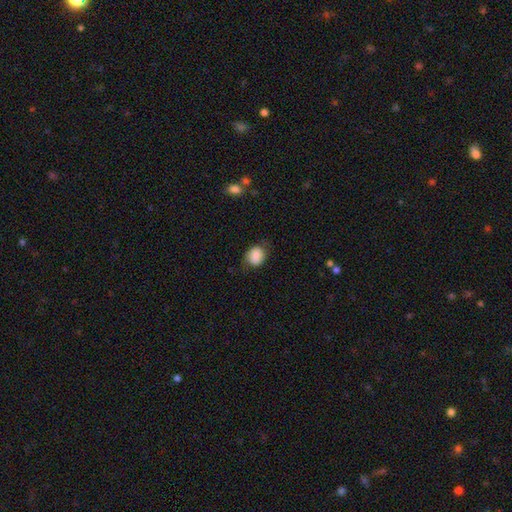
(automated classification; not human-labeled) A smooth galaxy with no disk features (80%) that is round (52%).

Vote fractions:
- Smooth or featured? smooth: 80% / featured or disk: 12% / star or artifact: 8%
- How rounded? round: 52% / in between: 47% / cigar-shaped: 1%
- Merging? none: 62% / minor disturbance: 27% / major disturbance: 8% / merger: 2%